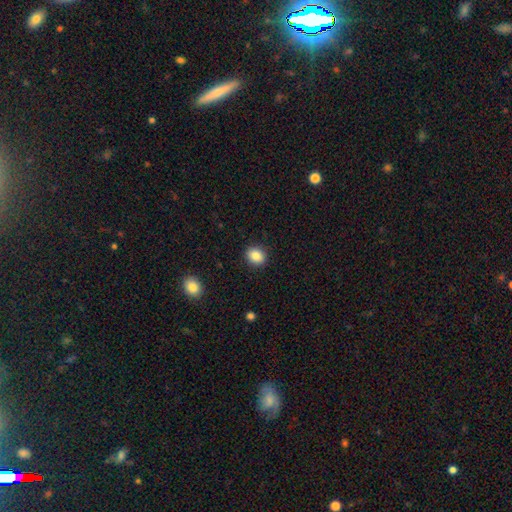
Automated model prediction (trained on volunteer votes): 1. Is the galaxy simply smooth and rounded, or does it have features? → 87% smooth, 9% star or artifact, 4% featured or disk.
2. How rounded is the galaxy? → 58% round, 42% in between, 1% cigar-shaped.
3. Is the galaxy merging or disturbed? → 90% none, 7% minor disturbance, 2% major disturbance, 1% merger.